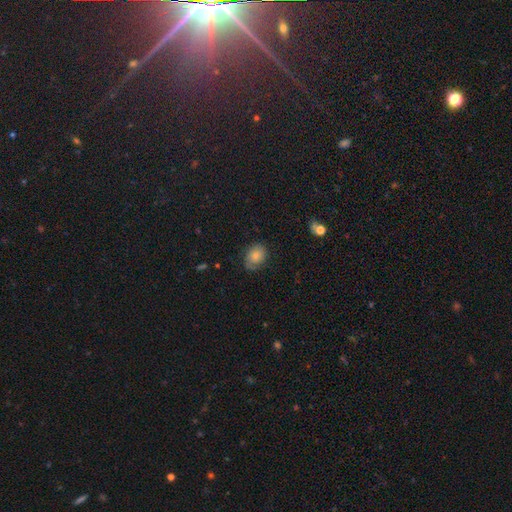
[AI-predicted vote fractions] Overall: smooth (68%). How rounded: in between (66%; round 33%). Merging: none (69%).